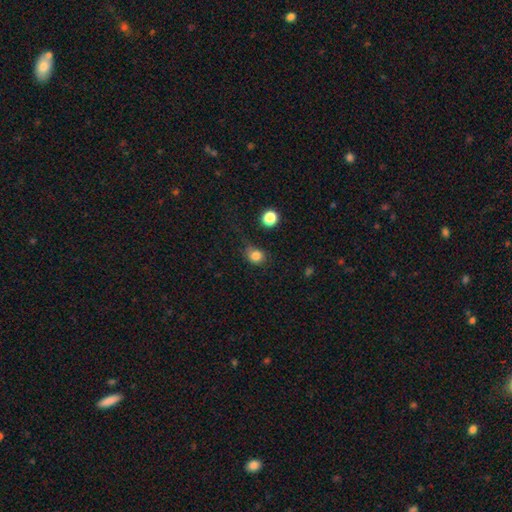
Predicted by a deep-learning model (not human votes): Morphology: type=smooth (82%); roundness=round (74%); merging=none (58%).